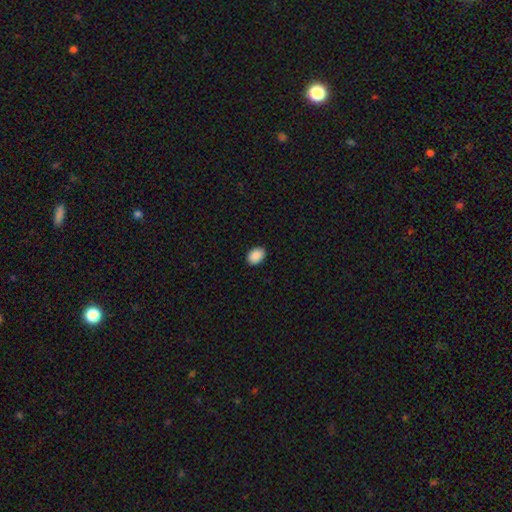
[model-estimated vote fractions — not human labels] smooth-or-featured: smooth: 90% | star or artifact: 7% | featured or disk: 2%
  how-rounded: in between: 75% | round: 24% | cigar-shaped: 1%
  merging: none: 90% | minor disturbance: 7% | major disturbance: 2% | merger: 1%